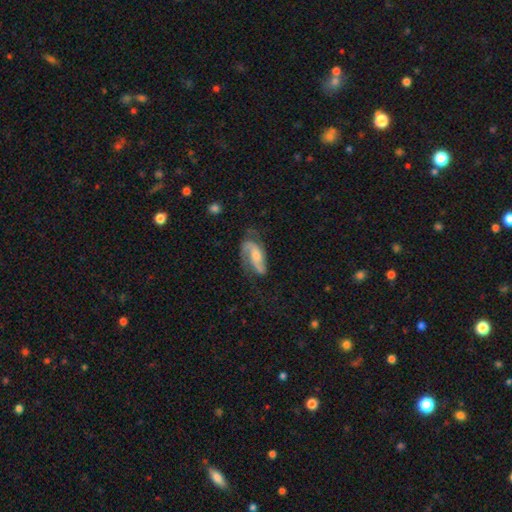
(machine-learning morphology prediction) type=featured or disk (70%); edge-on=no (94%); bar=no (51%); spiral arms=yes (91%); winding=loose (41%, tied with medium); arm count=2 (77%); bulge=moderate (44%); merging=none (50%).